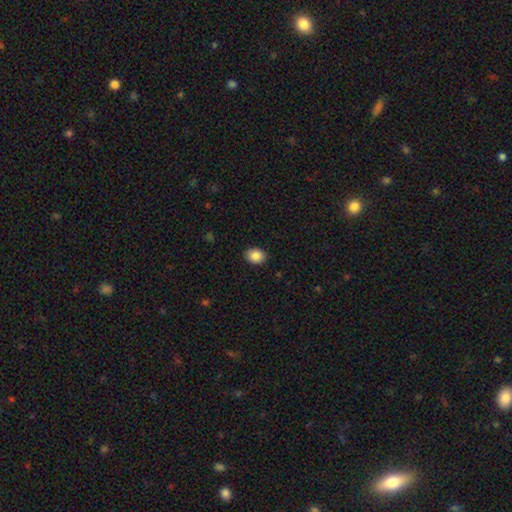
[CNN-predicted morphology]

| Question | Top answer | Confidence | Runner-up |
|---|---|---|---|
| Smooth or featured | smooth | 87% | star or artifact (8%) |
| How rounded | in between | 62% | round (37%) |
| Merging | none | 89% | minor disturbance (8%) |